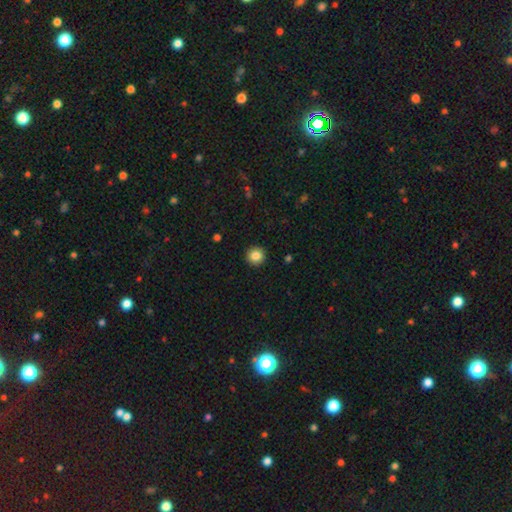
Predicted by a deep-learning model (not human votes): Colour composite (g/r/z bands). It shows a smooth galaxy with no disk features (85%) that is round (95%). Merging: none (93%).